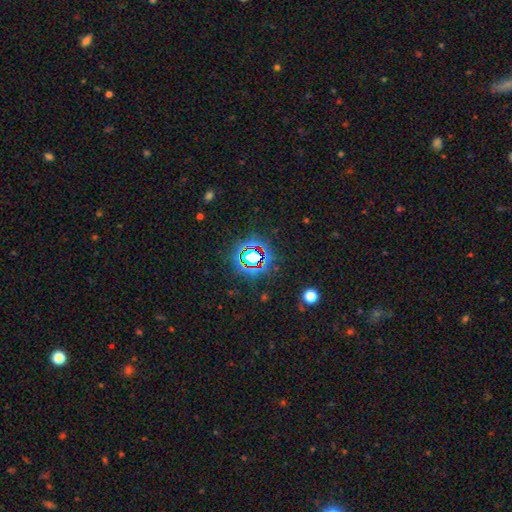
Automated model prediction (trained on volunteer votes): smooth_or_featured: star or artifact (p=0.74) [alt: smooth p=0.16]